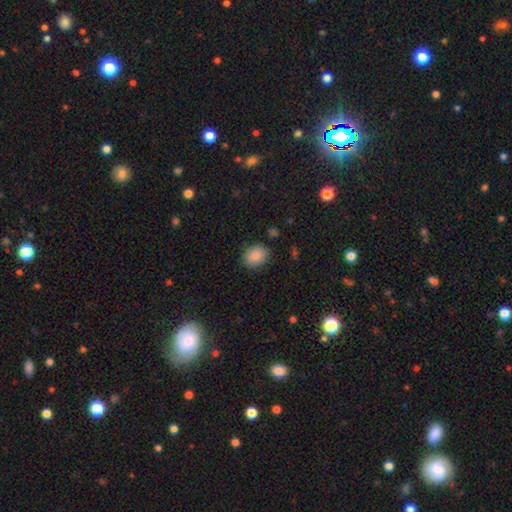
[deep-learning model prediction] Smooth or featured? Predicted: smooth (p=0.88). How rounded? Predicted: round (p=0.50). Merging? Predicted: none (p=0.84).